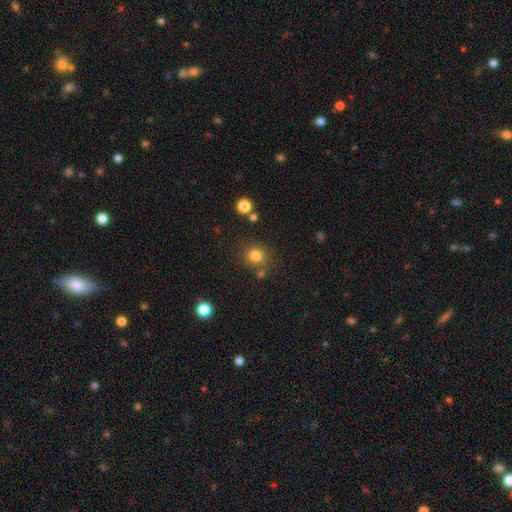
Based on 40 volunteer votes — smooth-or-featured: smooth: 90% | star or artifact: 8% | featured or disk: 2%
  how-rounded: round: 92% | in between: 8% | cigar-shaped: 0%
  merging: none: 68% | merger: 24% | minor disturbance: 8% | major disturbance: 0%